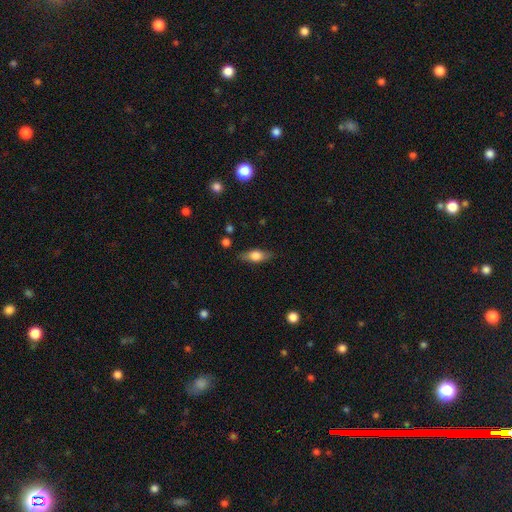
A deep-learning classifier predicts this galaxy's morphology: smooth 64%, featured or disk 29%, star or artifact 7%. Down the decision tree: how rounded — in between (74%); merging — none (82%).